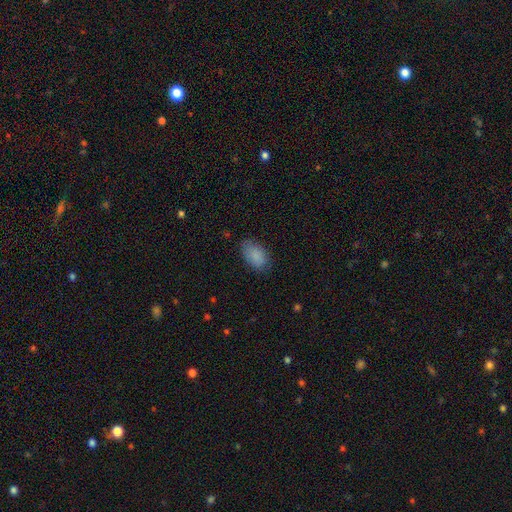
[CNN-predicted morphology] The model was most divided on "merging": none: 75%, minor disturbance: 19%, major disturbance: 5%, merger: 1%. More confident: how rounded — in between (92%); smooth or featured — smooth (87%).